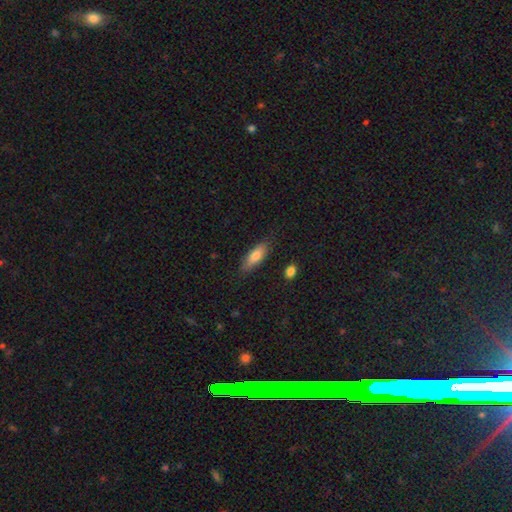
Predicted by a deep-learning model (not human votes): A smooth galaxy with no disk features (76%) that is in between round and cigar-shaped (60%).

Vote fractions:
- Smooth or featured? smooth: 76% / featured or disk: 17% / star or artifact: 7%
- How rounded? in between: 60% / cigar-shaped: 38% / round: 2%
- Merging? none: 81% / minor disturbance: 14% / major disturbance: 3% / merger: 2%